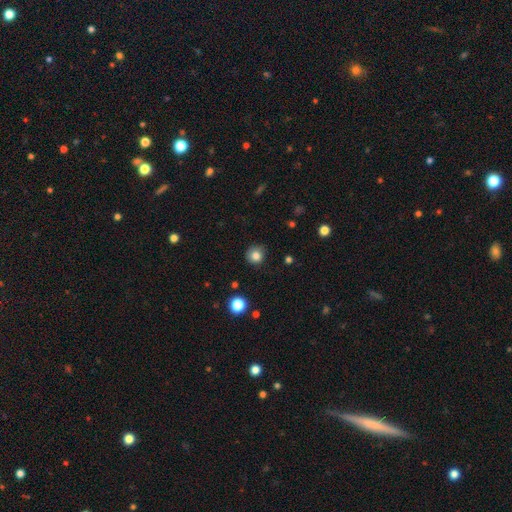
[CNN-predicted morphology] smooth_or_featured: smooth (p=0.83) [alt: star or artifact p=0.12]
how_rounded: round (p=0.91) [alt: in between p=0.08]
merging: none (p=0.82) [alt: minor disturbance p=0.14]